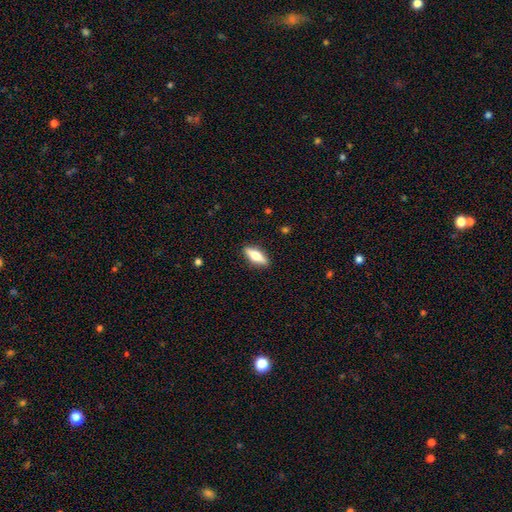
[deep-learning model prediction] Overall: smooth (60%; featured or disk 34%). How rounded: in between (60%; cigar-shaped 38%). Merging: none (89%).